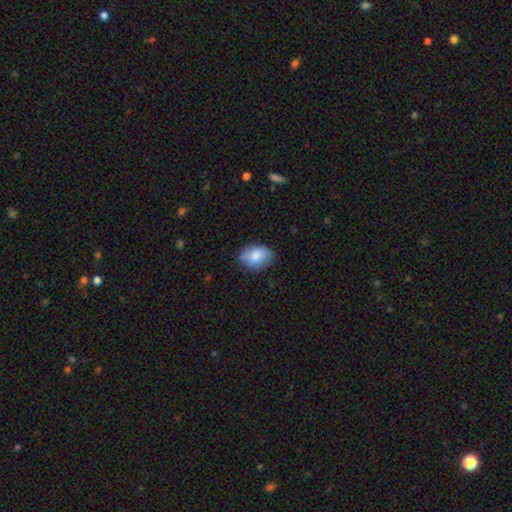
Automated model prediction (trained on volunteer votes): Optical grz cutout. It shows a smooth galaxy with no disk features (80%) that is in between round and cigar-shaped (74%). Merging: none (74%).